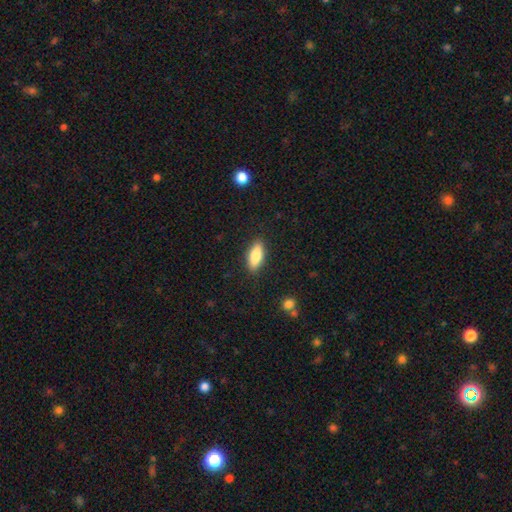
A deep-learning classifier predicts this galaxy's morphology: This is clearly a smooth galaxy (82%). How rounded: likely in between (73%). Merging: clearly none (88%).